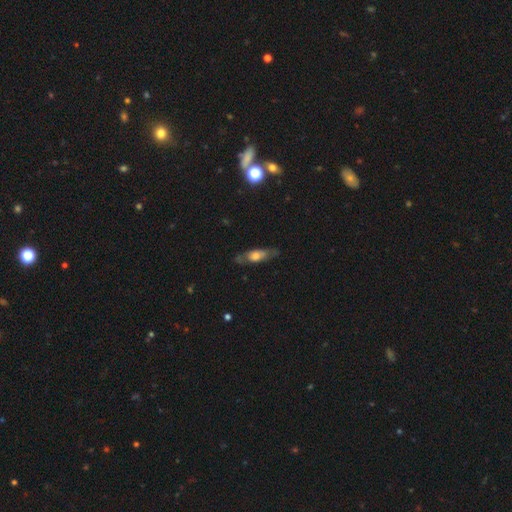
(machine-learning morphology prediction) Smooth or featured? featured or disk (49%)
Merging? none (71%)